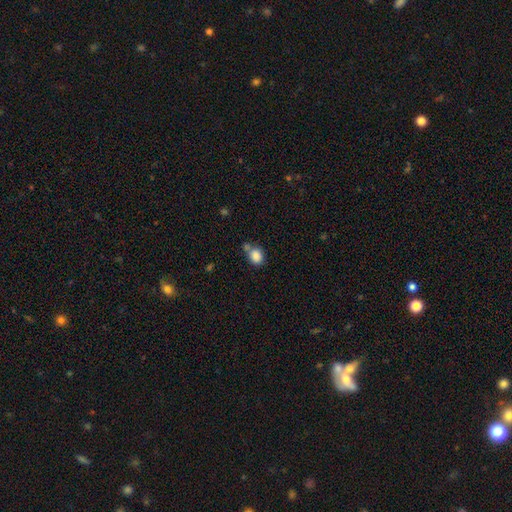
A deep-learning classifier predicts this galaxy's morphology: This appears to be a smooth galaxy with no disk features (85%) that is round (58%). Merging: none (51%).